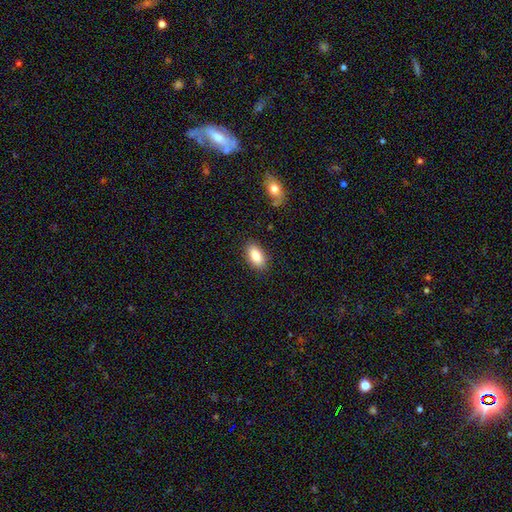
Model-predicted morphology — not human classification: This appears to be a smooth galaxy with no disk features (86%) that is in between round and cigar-shaped (92%). Merging: none (87%).